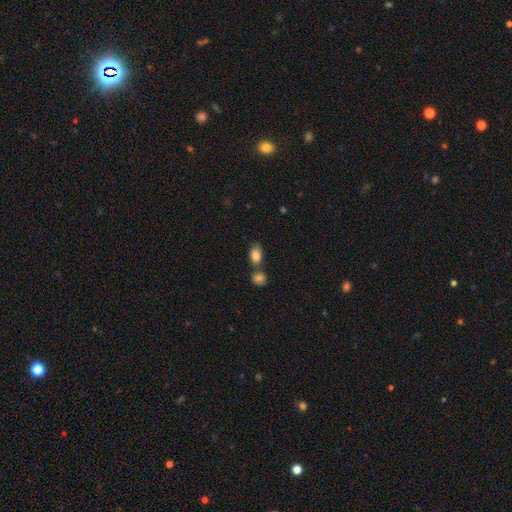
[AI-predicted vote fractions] smooth_or_featured: smooth (p=0.84) [alt: star or artifact p=0.08]
how_rounded: in between (p=0.85) [alt: round p=0.13]
merging: none (p=0.52) [alt: merger p=0.32]